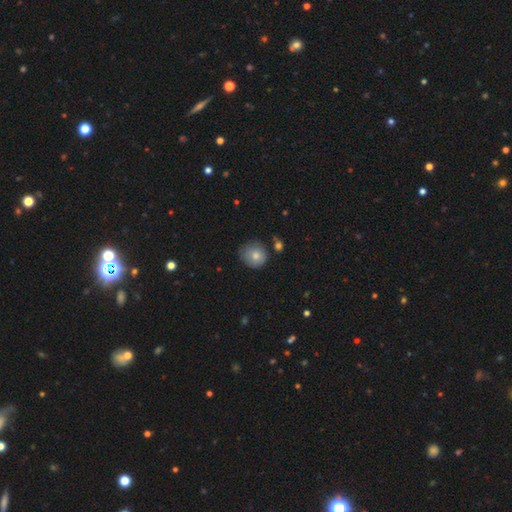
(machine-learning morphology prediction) This is likely a smooth galaxy (79%). How rounded: clearly round (87%). Merging: likely none (66%).